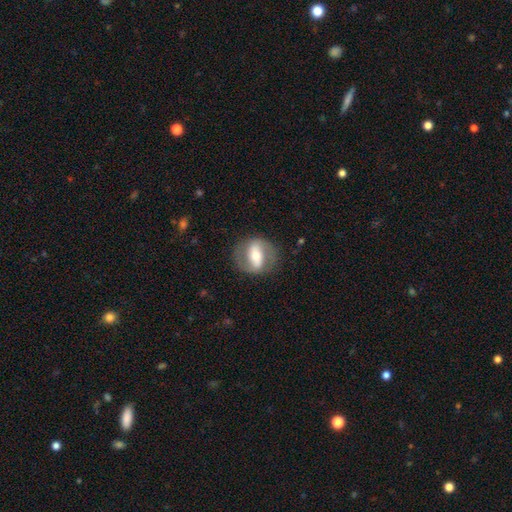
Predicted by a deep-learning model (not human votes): A featured or disk galaxy (73%) with a strong bar (55%), 2 (87%) medium (48%) spiral arms (77%) and a moderate central bulge (62%).

Vote fractions:
- Smooth or featured? featured or disk: 73% / smooth: 22% / star or artifact: 6%
- Edge-on disk? no: 94% / yes: 6%
- Bar? strong: 55% / weak: 29% / no: 16%
- Spiral arms? yes: 77% / no: 23%
- Spiral winding? medium: 48% / tight: 28% / loose: 25%
- Spiral arm count? 2: 87% / can't tell: 7% / 1: 3% / 3: 1% / 4: 1% / more than 4: 1%
- Bulge size? moderate: 62% / small: 25% / large: 10% / dominant: 2% / none: 1%
- Merging? none: 80% / minor disturbance: 13% / major disturbance: 7% / merger: 1%